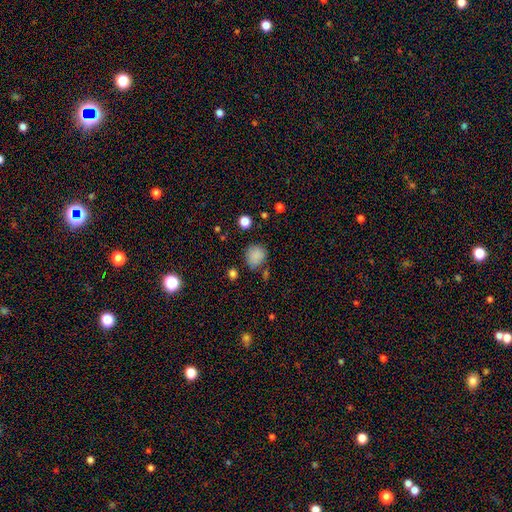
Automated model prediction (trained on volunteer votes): Smooth or featured? smooth (84%)
How rounded? round (79%)
Merging? none (73%)